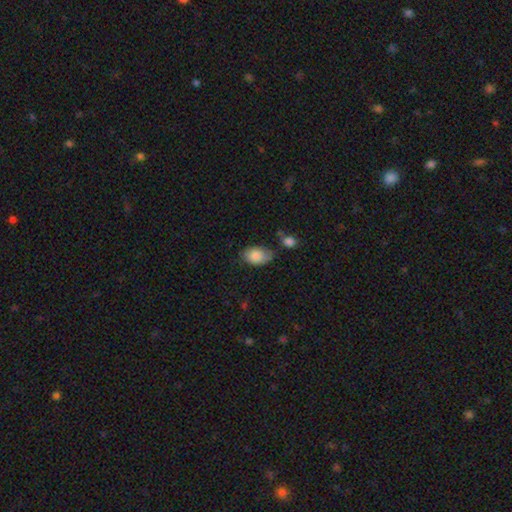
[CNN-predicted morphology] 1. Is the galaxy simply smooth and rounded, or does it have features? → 82% smooth, 11% featured or disk, 7% star or artifact.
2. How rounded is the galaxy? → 88% in between, 11% round, 1% cigar-shaped.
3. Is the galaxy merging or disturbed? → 54% none, 30% minor disturbance, 9% major disturbance, 7% merger.